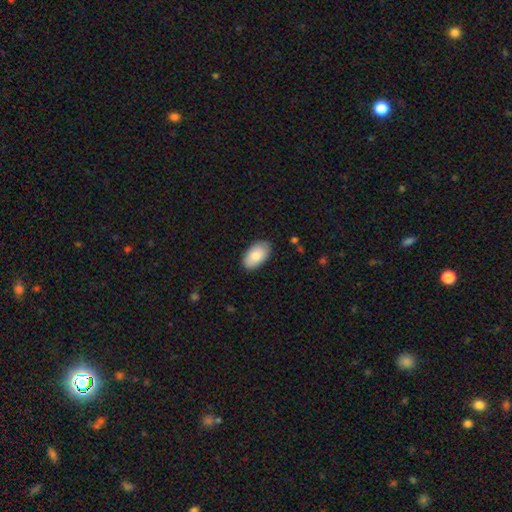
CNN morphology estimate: Smooth or featured? smooth (85%)
How rounded? in between (95%)
Merging? none (85%)